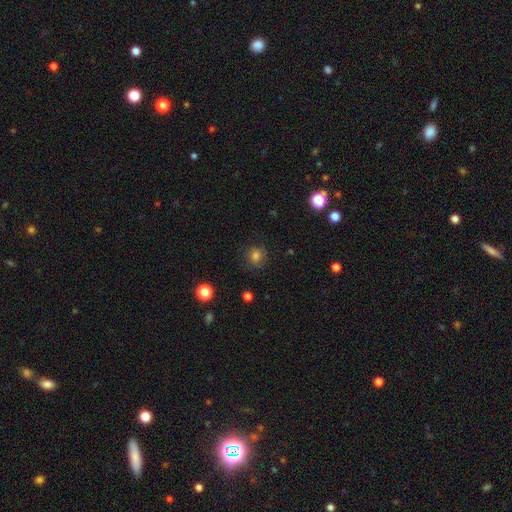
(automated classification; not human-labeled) This appears to be a smooth galaxy with no disk features (76%) that is round (84%). Merging: none (82%).